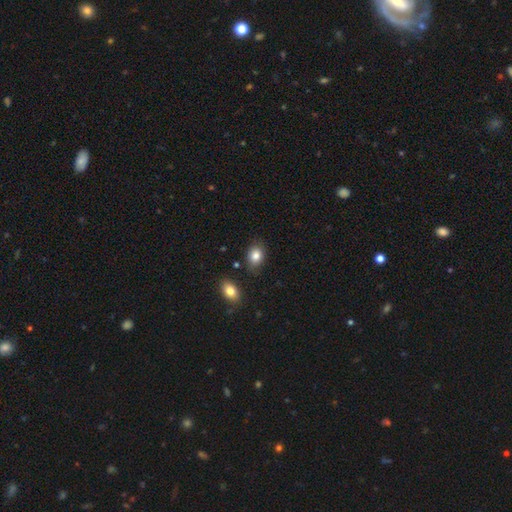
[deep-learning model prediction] A smooth galaxy with no disk features (83%) that is in between round and cigar-shaped (72%). Merging: none (79%).